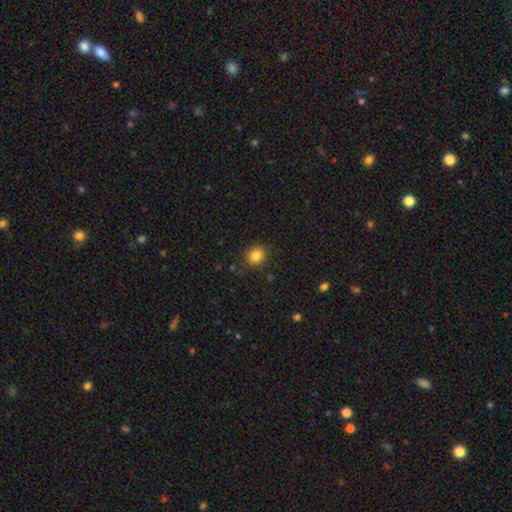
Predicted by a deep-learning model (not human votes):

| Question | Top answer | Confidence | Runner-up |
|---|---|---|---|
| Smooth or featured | smooth | 84% | star or artifact (11%) |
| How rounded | round | 69% | in between (30%) |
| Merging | none | 87% | minor disturbance (9%) |